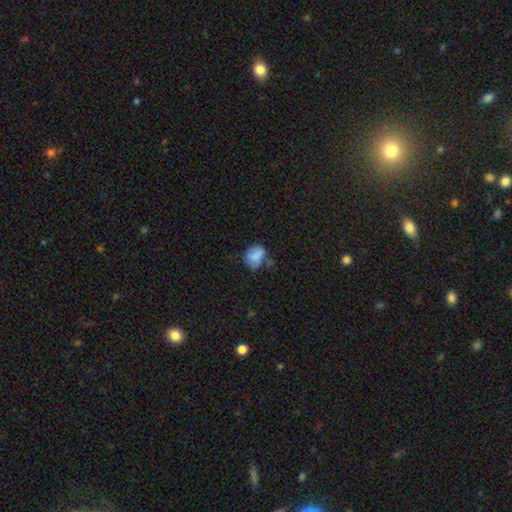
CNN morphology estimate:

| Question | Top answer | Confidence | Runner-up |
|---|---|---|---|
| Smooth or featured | smooth | 75% | featured or disk (14%) |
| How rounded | in between | 56% | round (43%) |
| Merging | none | 44% | minor disturbance (33%) |